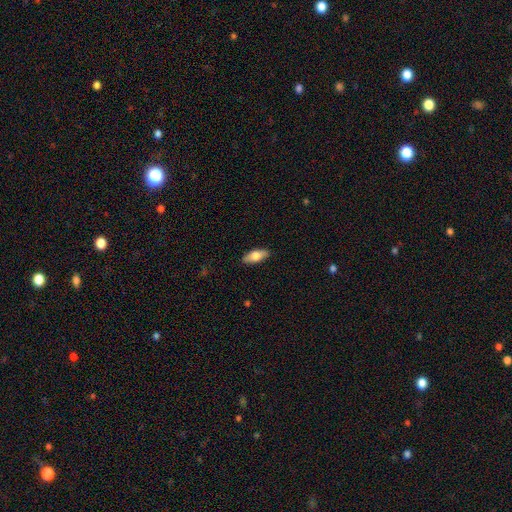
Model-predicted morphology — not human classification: Smooth or featured?
  - smooth: 74% *
  - featured or disk: 20%
  - star or artifact: 6%
How rounded?
  - in between: 82% *
  - cigar-shaped: 15%
  - round: 3%
Merging?
  - none: 88% *
  - minor disturbance: 9%
  - major disturbance: 2%
  - merger: 1%